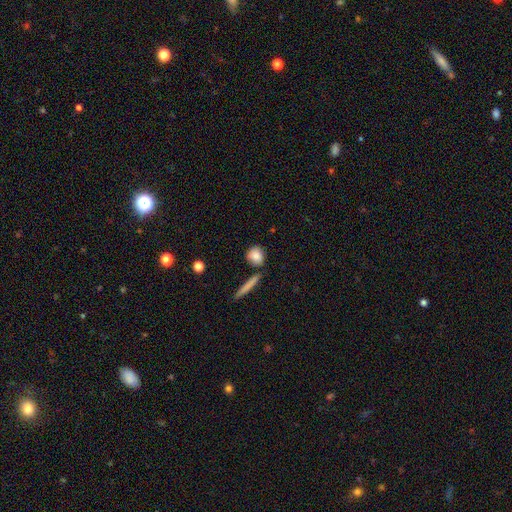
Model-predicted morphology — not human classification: smooth_or_featured: smooth (p=0.83) [alt: featured or disk p=0.09]
how_rounded: round (p=0.57) [alt: in between p=0.34]
merging: none (p=0.74) [alt: minor disturbance p=0.13]